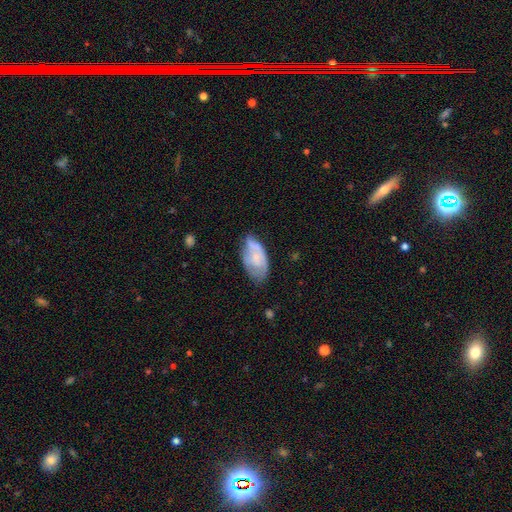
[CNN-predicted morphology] A smooth galaxy with no disk features (47%).

Vote fractions:
- Smooth or featured? smooth: 47% / featured or disk: 45% / star or artifact: 7%
- Merging? none: 50% / minor disturbance: 34% / major disturbance: 13% / merger: 4%